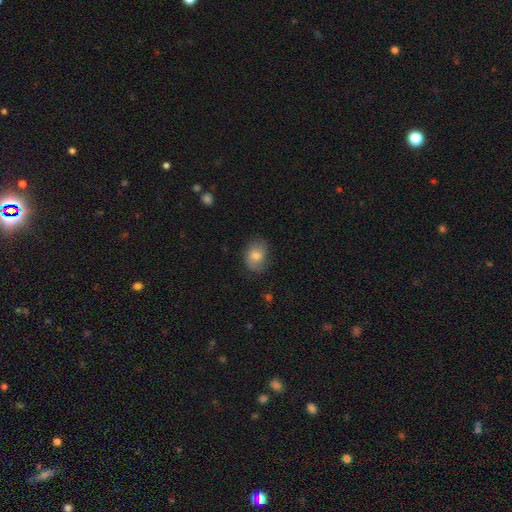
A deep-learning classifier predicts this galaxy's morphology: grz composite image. It shows a smooth galaxy with no disk features (70%) that is in between round and cigar-shaped (60%). Merging: none (68%).